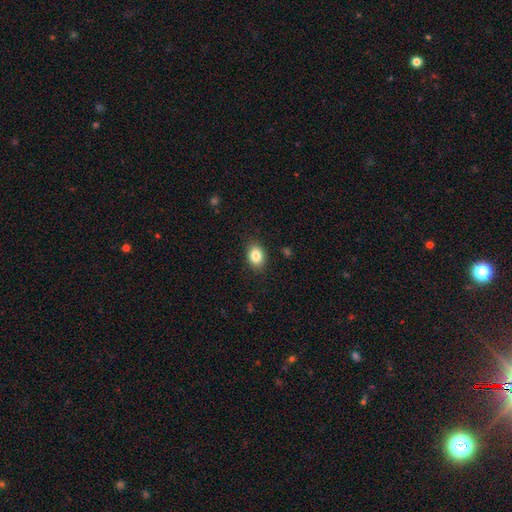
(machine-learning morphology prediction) Q: Smooth or featured?
A: smooth (85%); runner-up: star or artifact (9%)
Q: How rounded?
A: in between (68%); runner-up: round (31%)
Q: Merging?
A: none (87%); runner-up: minor disturbance (9%)